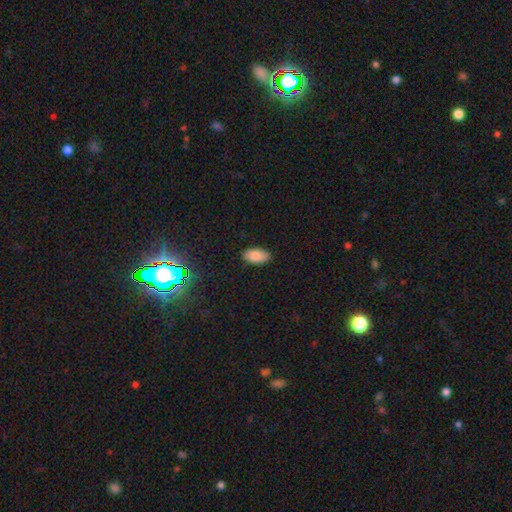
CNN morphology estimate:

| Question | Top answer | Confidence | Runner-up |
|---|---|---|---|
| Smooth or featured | smooth | 84% | star or artifact (9%) |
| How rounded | in between | 95% | cigar-shaped (3%) |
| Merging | none | 87% | minor disturbance (10%) |